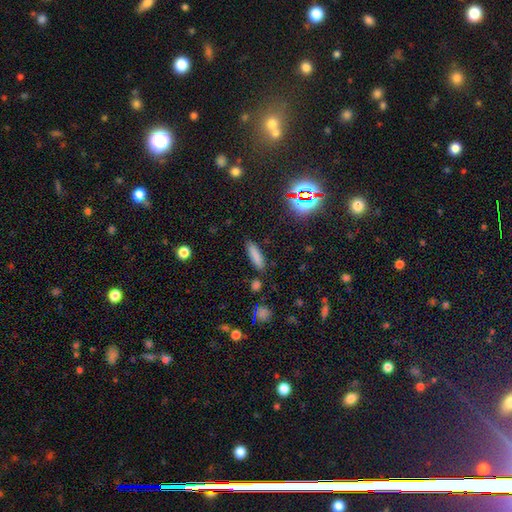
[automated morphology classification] Overall: smooth (81%). How rounded: cigar-shaped (63%; in between 34%). Merging: none (84%).